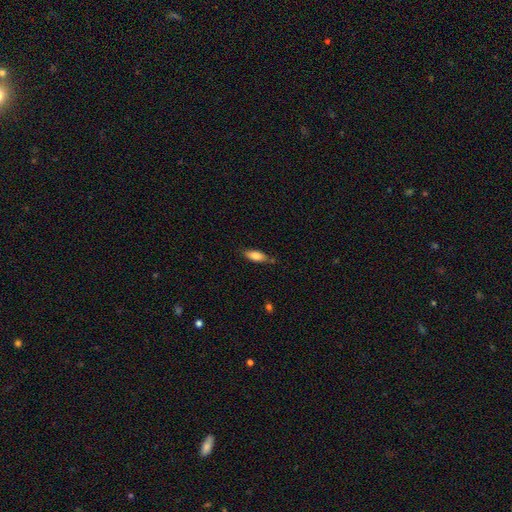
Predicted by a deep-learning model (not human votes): Smooth or featured?
  - smooth: 77% *
  - featured or disk: 16%
  - star or artifact: 7%
How rounded?
  - in between: 69% *
  - cigar-shaped: 29%
  - round: 2%
Merging?
  - none: 73% *
  - minor disturbance: 20%
  - major disturbance: 4%
  - merger: 4%